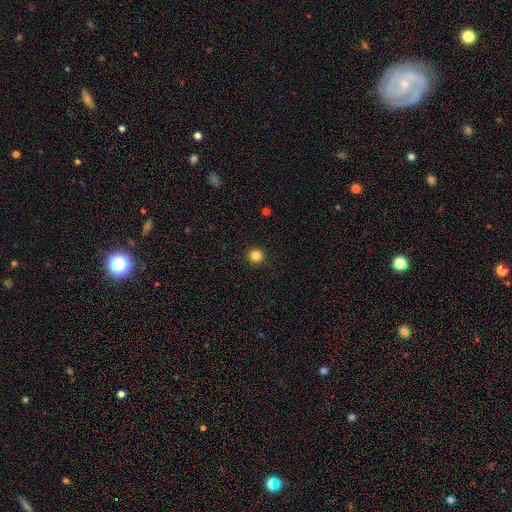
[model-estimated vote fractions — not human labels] smooth 84%, star or artifact 12%, featured or disk 4%. Down the decision tree: how rounded — round (95%); merging — none (93%).